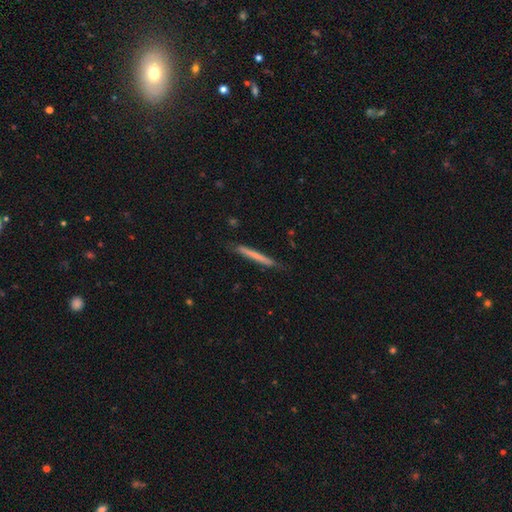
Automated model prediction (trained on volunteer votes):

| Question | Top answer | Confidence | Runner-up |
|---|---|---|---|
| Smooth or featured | smooth | 62% | featured or disk (32%) |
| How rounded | cigar-shaped | 97% | in between (2%) |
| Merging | none | 85% | minor disturbance (12%) |